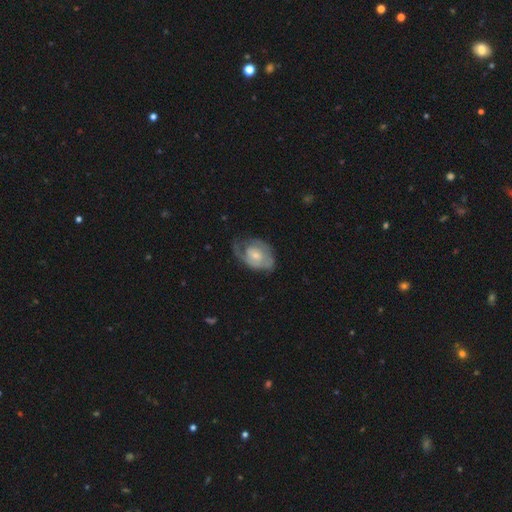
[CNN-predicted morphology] This is likely a featured or disk galaxy (62%). It is clearly not viewed edge-on (96%). Bar: likely no (73%). Spiral arm pattern: likely yes (70%). Central bulge: possibly small (52%). Merging: marginally none (42%).